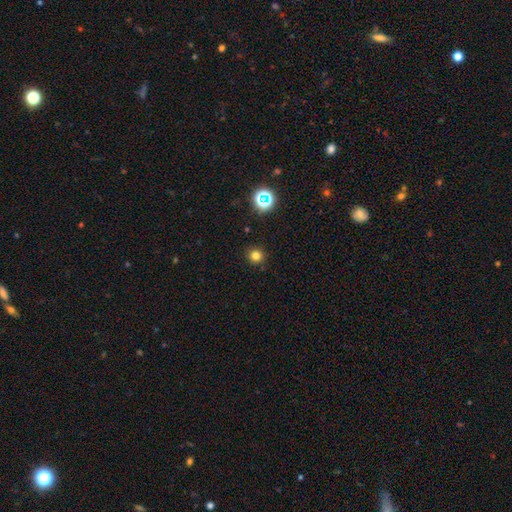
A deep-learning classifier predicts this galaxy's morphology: smooth_or_featured: smooth (p=0.78) [alt: star or artifact p=0.17]
how_rounded: round (p=0.93) [alt: in between p=0.06]
merging: none (p=0.91) [alt: minor disturbance p=0.06]